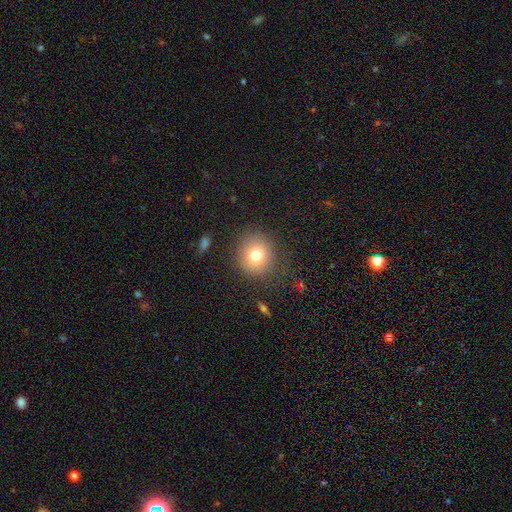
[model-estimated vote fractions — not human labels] smooth-or-featured: smooth: 78% | featured or disk: 11% | star or artifact: 11%
  how-rounded: round: 86% | in between: 14% | cigar-shaped: 1%
  merging: none: 82% | minor disturbance: 11% | major disturbance: 5% | merger: 2%